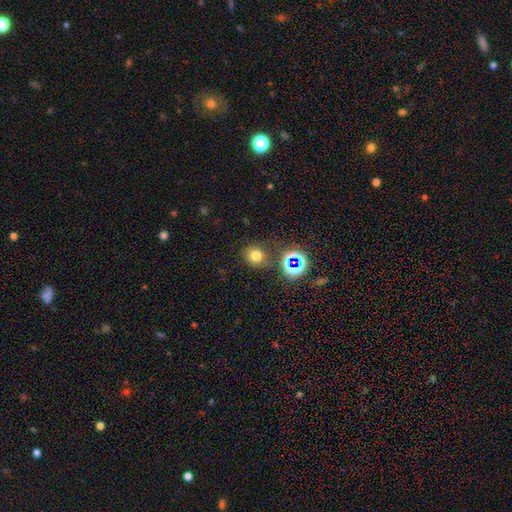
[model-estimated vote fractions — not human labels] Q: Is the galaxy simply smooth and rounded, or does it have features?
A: smooth — 70%.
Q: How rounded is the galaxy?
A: round — 81%.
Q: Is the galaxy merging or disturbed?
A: none — 79%.